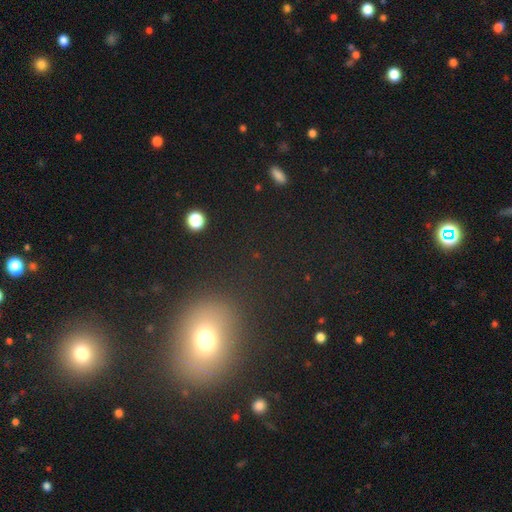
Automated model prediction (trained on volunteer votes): Smooth or featured? smooth (55%)
How rounded? round (49%, tied with in between)
Merging? none (82%)